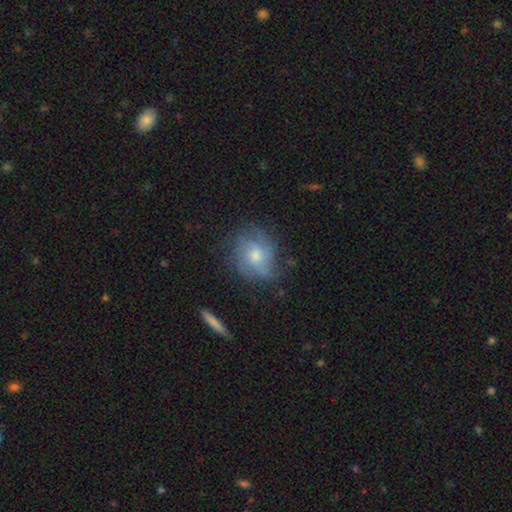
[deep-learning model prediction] Q: Smooth or featured?
A: featured or disk (63%); runner-up: smooth (29%)
Q: Edge-on disk?
A: no (96%); runner-up: yes (4%)
Q: Bar?
A: no (74%); runner-up: weak (23%)
Q: Spiral arms?
A: yes (85%); runner-up: no (15%)
Q: Spiral winding?
A: tight (45%); runner-up: medium (38%)
Q: Spiral arm count?
A: can't tell (40%); runner-up: 3 (22%)
Q: Bulge size?
A: moderate (58%); runner-up: small (34%)
Q: Merging?
A: none (69%); runner-up: minor disturbance (21%)